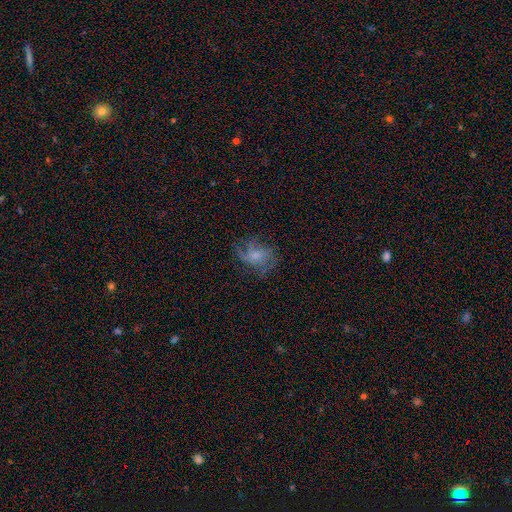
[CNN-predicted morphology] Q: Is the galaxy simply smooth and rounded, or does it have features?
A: featured or disk — 56%.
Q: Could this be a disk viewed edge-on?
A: no — 97%.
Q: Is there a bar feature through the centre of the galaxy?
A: no — 65%.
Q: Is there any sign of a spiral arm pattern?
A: yes — 78%.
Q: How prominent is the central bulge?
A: small — 40%.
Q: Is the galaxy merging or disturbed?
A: none — 56%.